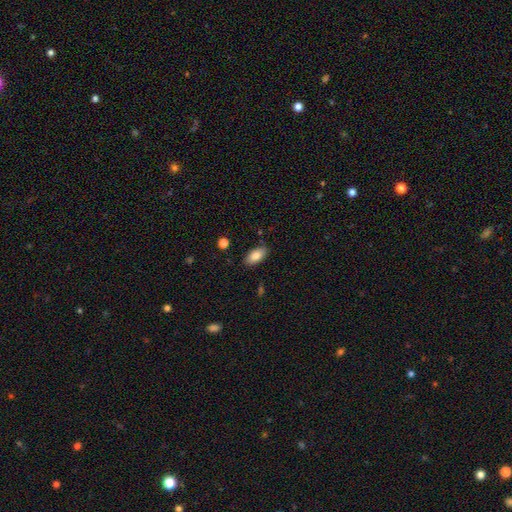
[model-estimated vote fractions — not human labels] Overall: smooth (84%). How rounded: in between (92%). Merging: none (85%).